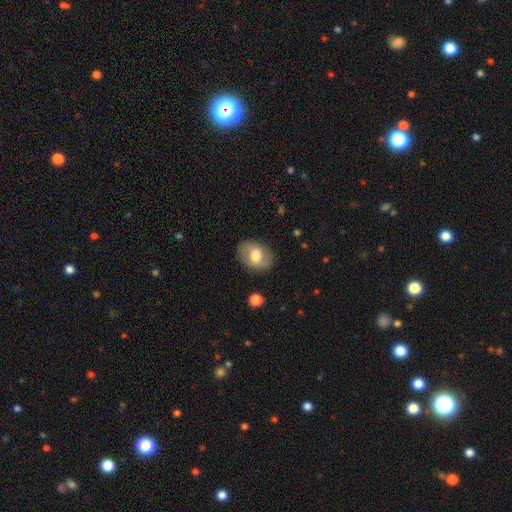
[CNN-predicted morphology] smooth_or_featured: smooth (p=0.57) [alt: featured or disk p=0.36]
how_rounded: in between (p=0.70) [alt: round p=0.29]
merging: none (p=0.81) [alt: minor disturbance p=0.13]